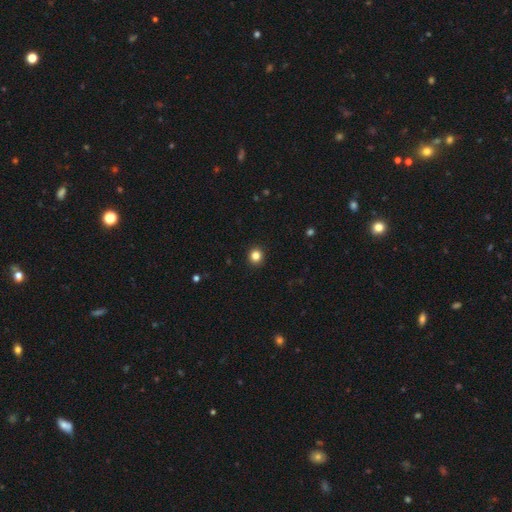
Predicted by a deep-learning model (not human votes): Morphology: type=smooth (84%); roundness=round (90%); merging=none (93%).